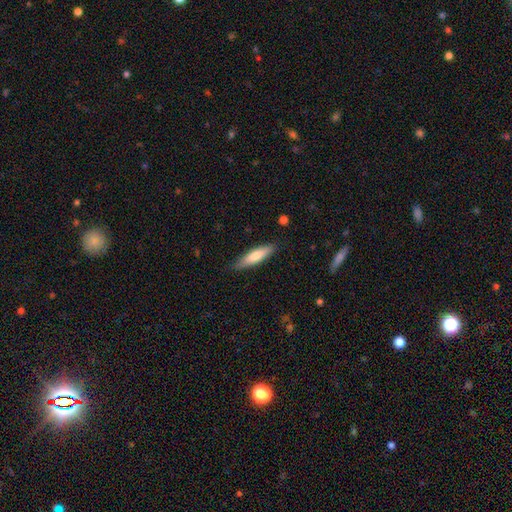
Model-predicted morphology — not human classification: smooth-or-featured: smooth: 69% | featured or disk: 25% | star or artifact: 6%
  how-rounded: cigar-shaped: 70% | in between: 29% | round: 2%
  merging: none: 85% | minor disturbance: 12% | major disturbance: 2% | merger: 1%